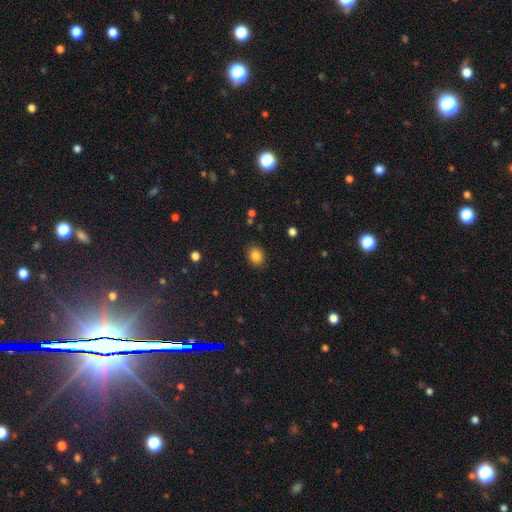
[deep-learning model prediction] smooth_or_featured: smooth (p=0.85) [alt: star or artifact p=0.11]
how_rounded: round (p=0.52) [alt: in between p=0.47]
merging: none (p=0.87) [alt: minor disturbance p=0.09]